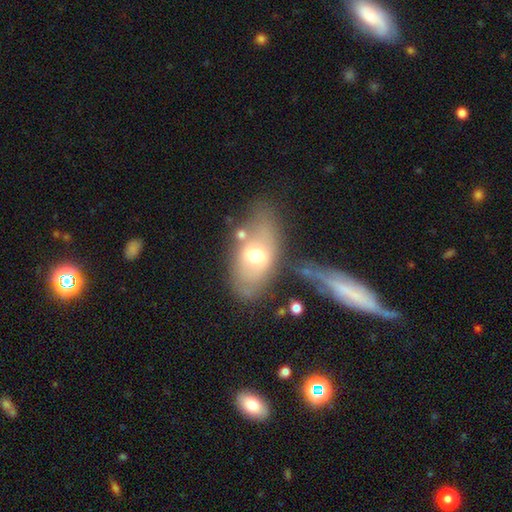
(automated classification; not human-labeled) A smooth galaxy with no disk features (52%) that is in between round and cigar-shaped (86%).

Vote fractions:
- Smooth or featured? smooth: 52% / featured or disk: 39% / star or artifact: 10%
- How rounded? in between: 86% / round: 11% / cigar-shaped: 3%
- Merging? none: 52% / minor disturbance: 19% / major disturbance: 15% / merger: 14%